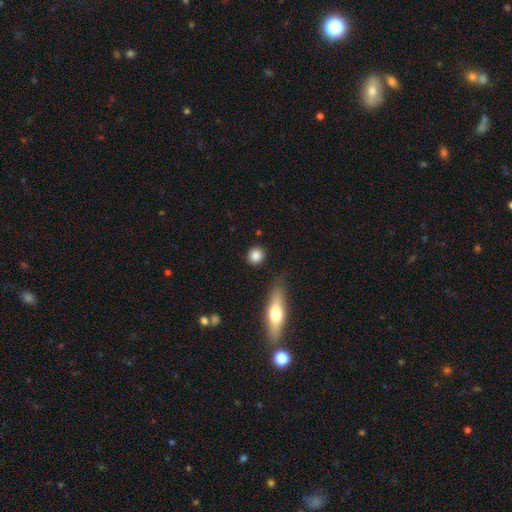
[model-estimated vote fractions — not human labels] Q: Smooth or featured?
A: smooth (86%); runner-up: star or artifact (8%)
Q: How rounded?
A: round (85%); runner-up: in between (12%)
Q: Merging?
A: none (86%); runner-up: minor disturbance (8%)